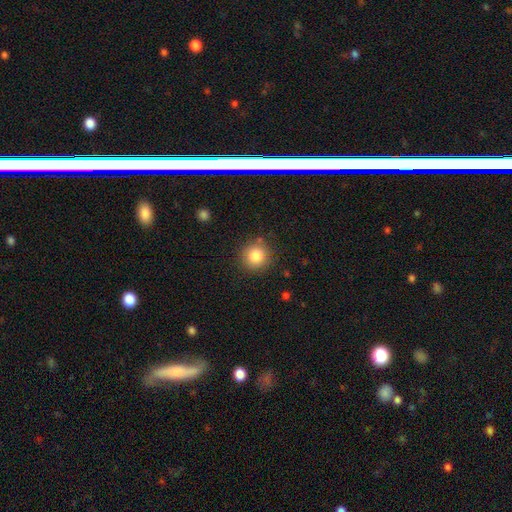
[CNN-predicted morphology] Smooth or featured? Predicted: smooth (p=0.84). How rounded? Predicted: round (p=0.92). Merging? Predicted: none (p=0.86).